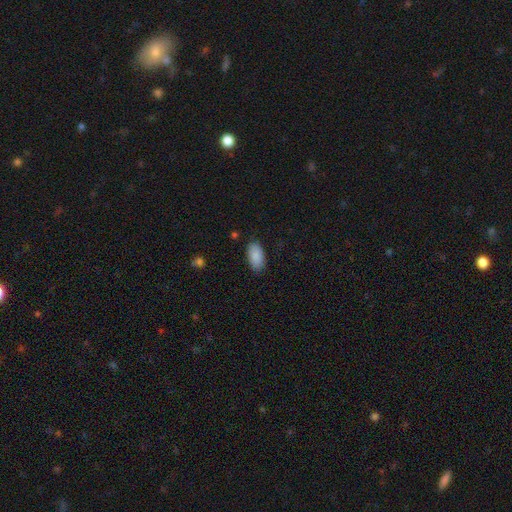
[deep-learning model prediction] Smooth or featured? Predicted: smooth (p=0.89). How rounded? Predicted: in between (p=0.95). Merging? Predicted: none (p=0.84).